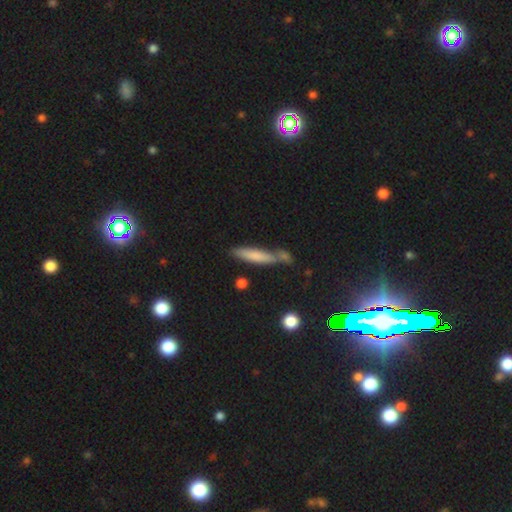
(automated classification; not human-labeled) smooth 71%, featured or disk 22%, star or artifact 7%. Down the decision tree: how rounded — cigar-shaped (87%); merging — none (60%).